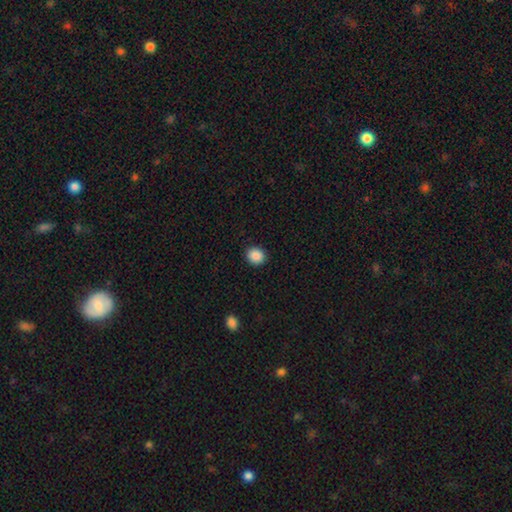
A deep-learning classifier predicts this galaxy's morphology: type=smooth (89%); roundness=round (77%); merging=none (91%).